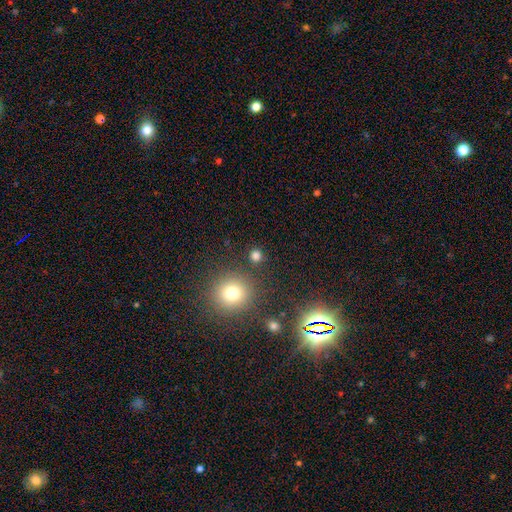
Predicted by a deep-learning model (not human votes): Morphology: type=smooth (75%); roundness=round (90%); merging=none (85%).